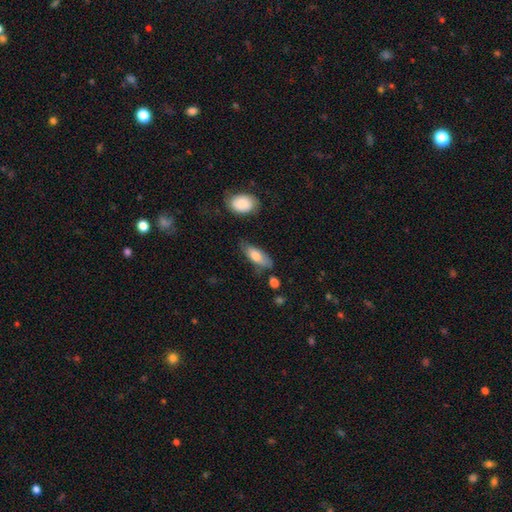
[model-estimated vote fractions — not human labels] A smooth galaxy with no disk features (73%) that is in between round and cigar-shaped (75%).

Vote fractions:
- Smooth or featured? smooth: 73% / featured or disk: 21% / star or artifact: 6%
- How rounded? in between: 75% / cigar-shaped: 23% / round: 2%
- Merging? none: 61% / minor disturbance: 27% / major disturbance: 7% / merger: 5%